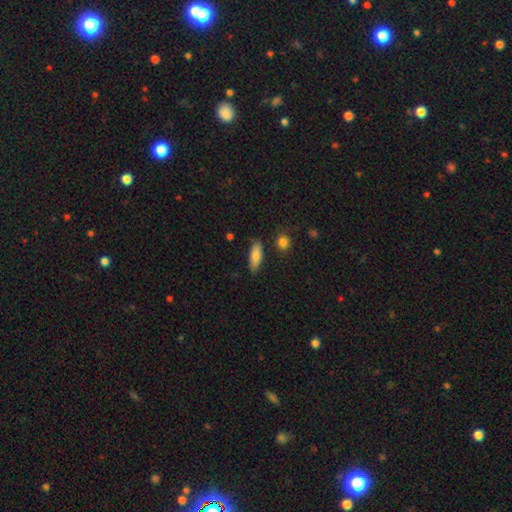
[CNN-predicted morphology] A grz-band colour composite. It shows a smooth galaxy with no disk features (82%) that is in between round and cigar-shaped (62%). Merging: none (83%).